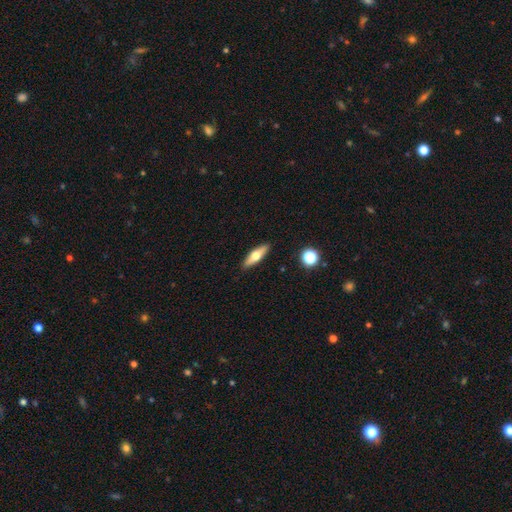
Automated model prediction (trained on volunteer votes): This is possibly a smooth galaxy (54%). How rounded: possibly cigar-shaped (55%). Merging: clearly none (89%).